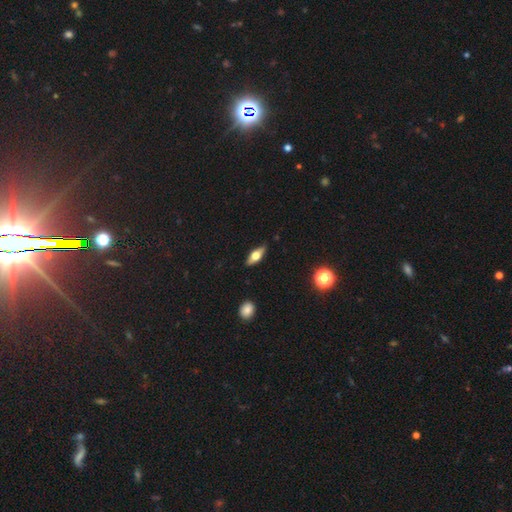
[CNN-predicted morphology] A smooth galaxy with no disk features (49%).

Vote fractions:
- Smooth or featured? smooth: 49% / featured or disk: 44% / star or artifact: 7%
- Merging? none: 86% / minor disturbance: 11% / major disturbance: 2% / merger: 1%